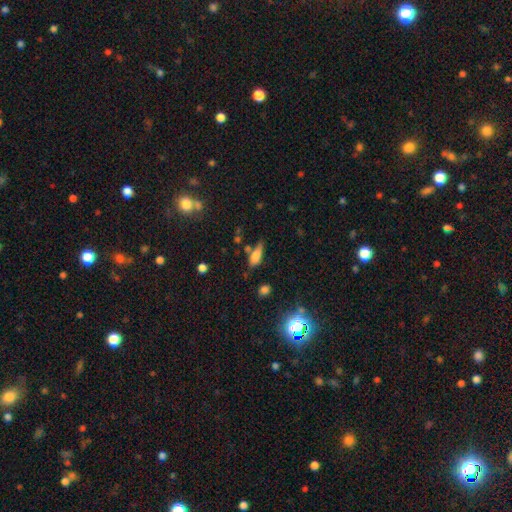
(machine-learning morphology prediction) smooth 73%, featured or disk 15%, star or artifact 12%. Down the decision tree: how rounded — in between (64%); merging — none (53%).